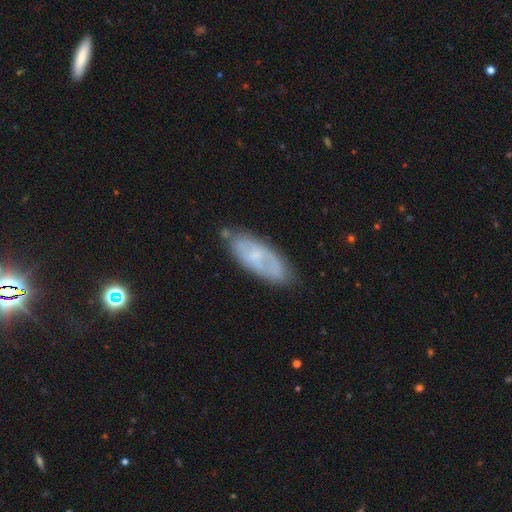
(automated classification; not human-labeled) smooth_or_featured: featured or disk (p=0.50) [alt: smooth p=0.42]
disk_edge_on: no (p=0.84) [alt: yes p=0.16]
merging: none (p=0.73) [alt: minor disturbance p=0.19]